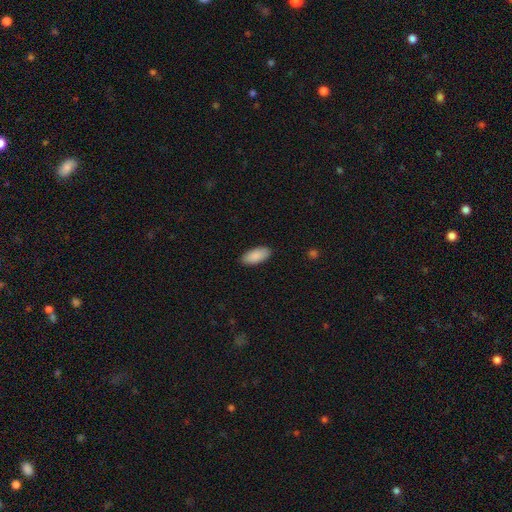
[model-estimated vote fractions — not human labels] smooth-or-featured: smooth: 90% | star or artifact: 6% | featured or disk: 4%
  how-rounded: in between: 90% | cigar-shaped: 8% | round: 2%
  merging: none: 88% | minor disturbance: 9% | major disturbance: 2% | merger: 1%